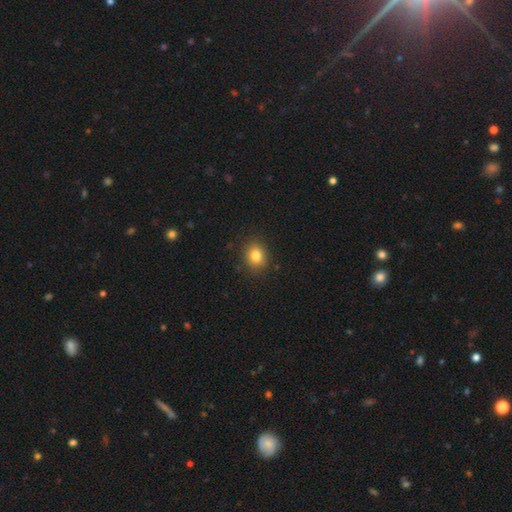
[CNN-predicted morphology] smooth_or_featured: smooth (p=0.82) [alt: star or artifact p=0.11]
how_rounded: round (p=0.62) [alt: in between p=0.37]
merging: none (p=0.87) [alt: minor disturbance p=0.09]